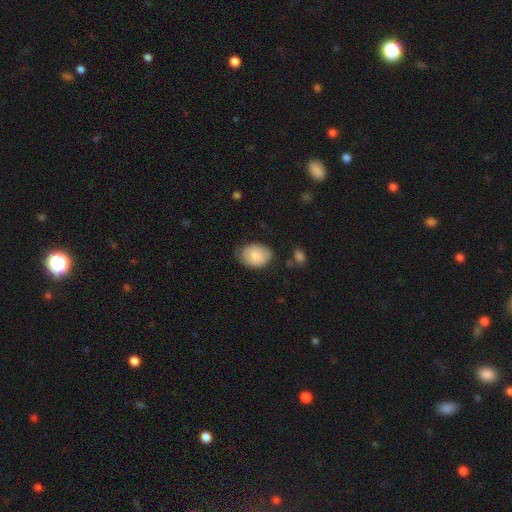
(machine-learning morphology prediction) smooth 82%, featured or disk 11%, star or artifact 6%. Down the decision tree: how rounded — in between (70%); merging — none (64%).